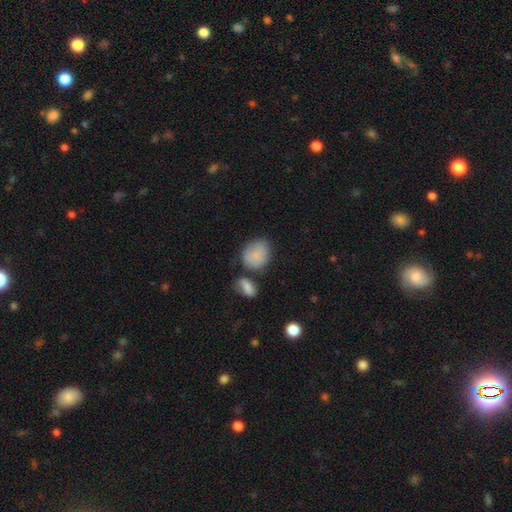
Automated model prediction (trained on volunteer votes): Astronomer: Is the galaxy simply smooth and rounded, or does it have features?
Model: smooth — 83%.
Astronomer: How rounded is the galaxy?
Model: round — 51% (runner-up: in between, 48%).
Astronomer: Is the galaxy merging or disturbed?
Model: none — 52%.